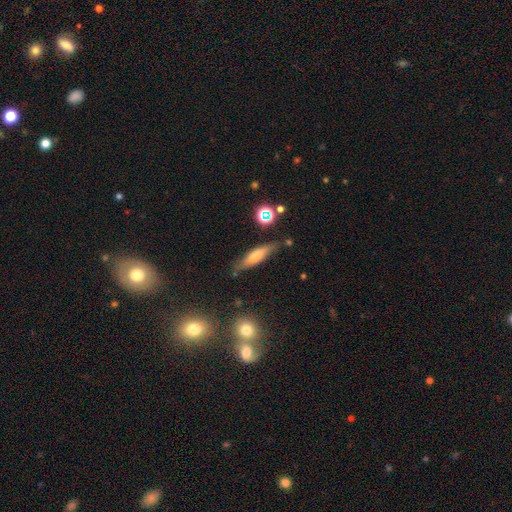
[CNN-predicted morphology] Smooth or featured? Predicted: smooth (p=0.54). How rounded? Predicted: cigar-shaped (p=0.69). Merging? Predicted: none (p=0.76).